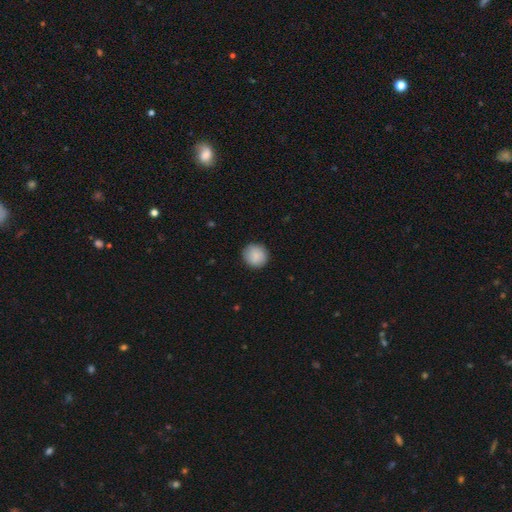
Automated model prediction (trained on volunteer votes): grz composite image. It shows a smooth galaxy with no disk features (88%) that is round (92%). Merging: none (90%).